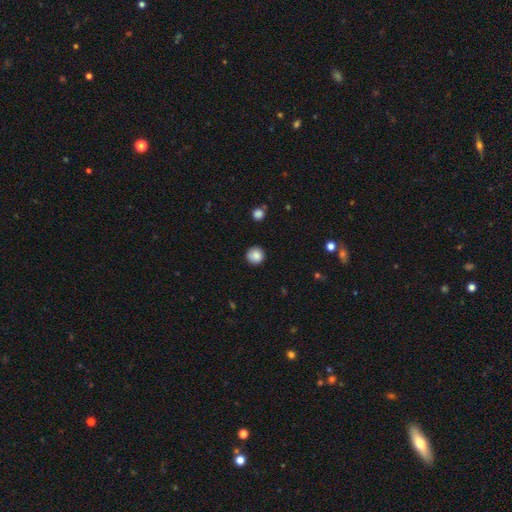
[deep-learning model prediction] smooth 87%, star or artifact 9%, featured or disk 4%. Down the decision tree: how rounded — round (94%); merging — none (89%).